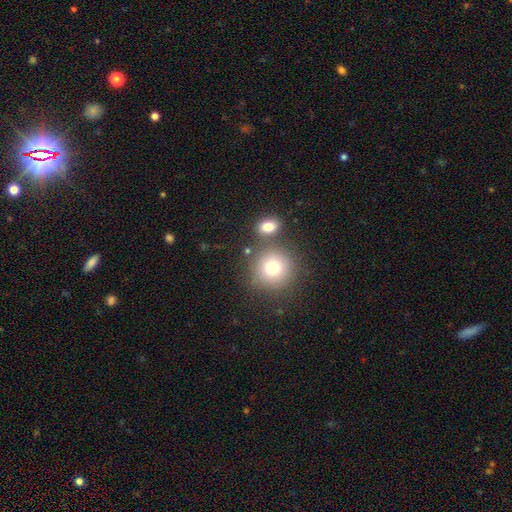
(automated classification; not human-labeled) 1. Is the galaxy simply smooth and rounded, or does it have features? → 55% smooth, 34% star or artifact, 10% featured or disk.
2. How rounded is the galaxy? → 93% round, 6% in between, 1% cigar-shaped.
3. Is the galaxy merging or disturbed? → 79% none, 9% merger, 8% minor disturbance, 3% major disturbance.